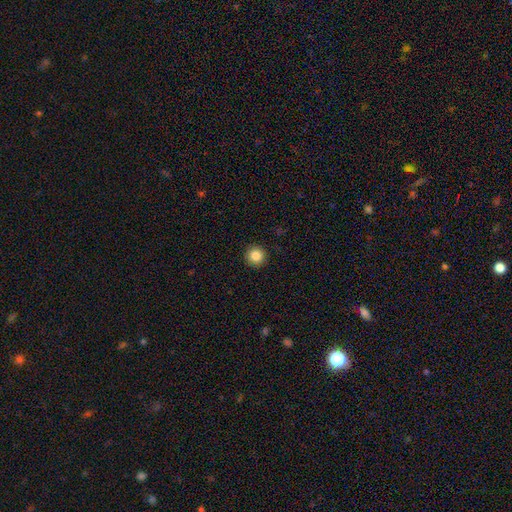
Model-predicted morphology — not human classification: This appears to be a smooth galaxy with no disk features (85%) that is round (96%). Merging: none (93%).